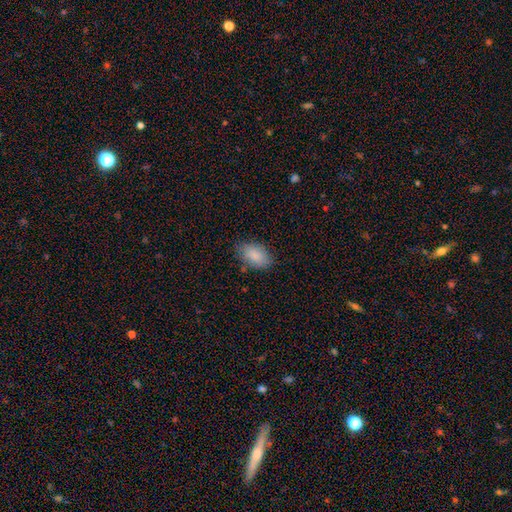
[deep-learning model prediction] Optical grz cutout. It shows a smooth galaxy with no disk features (87%) that is in between round and cigar-shaped (91%). Merging: none (78%).